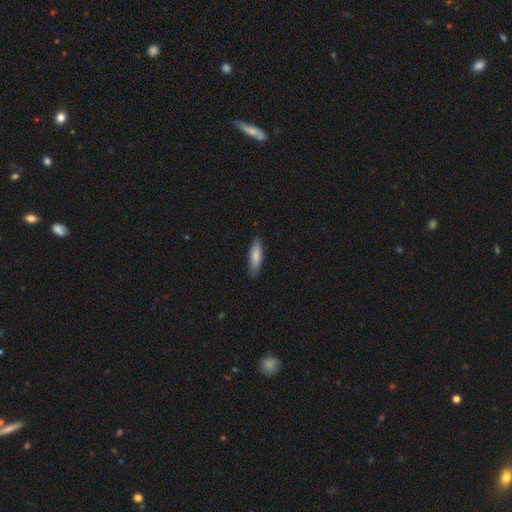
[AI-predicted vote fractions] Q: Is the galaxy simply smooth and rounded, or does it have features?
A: smooth — 82%.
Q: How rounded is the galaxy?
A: cigar-shaped — 54%.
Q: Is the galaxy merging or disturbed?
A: none — 84%.